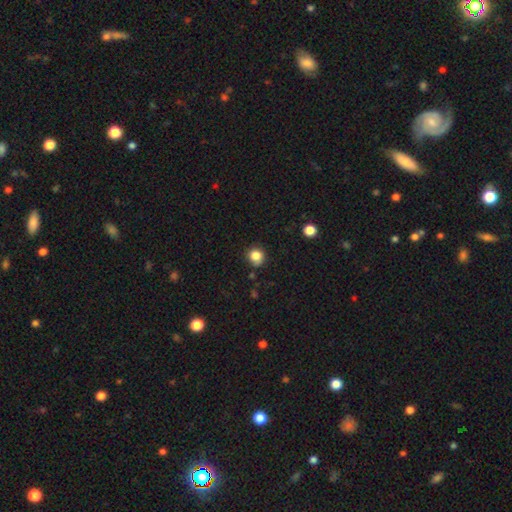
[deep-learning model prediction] smooth_or_featured: smooth (p=0.83) [alt: star or artifact p=0.12]
how_rounded: round (p=0.86) [alt: in between p=0.13]
merging: none (p=0.78) [alt: minor disturbance p=0.16]